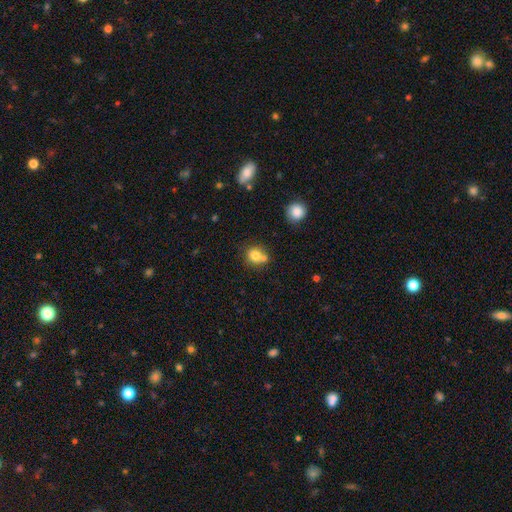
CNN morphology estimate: Smooth or featured? Predicted: smooth (p=0.78). How rounded? Predicted: round (p=0.78). Merging? Predicted: none (p=0.51).